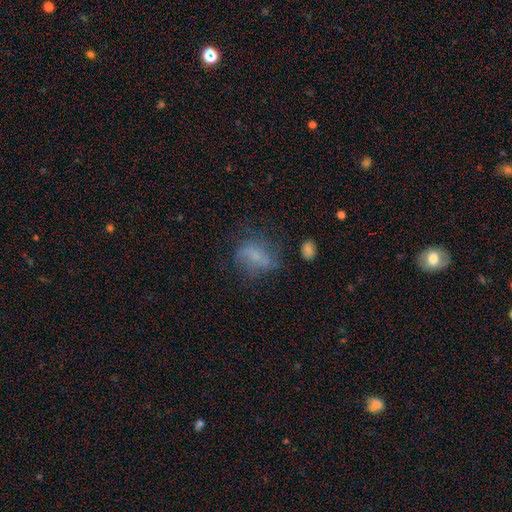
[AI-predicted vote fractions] smooth-or-featured: smooth: 49% | featured or disk: 37% | star or artifact: 14%
  merging: none: 45% | major disturbance: 26% | minor disturbance: 25% | merger: 4%